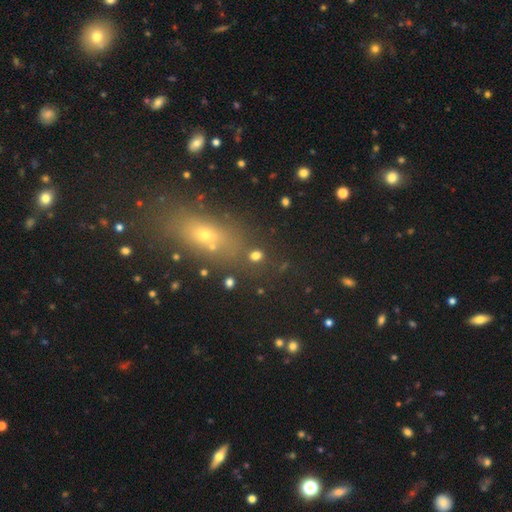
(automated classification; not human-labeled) Smooth or featured? Predicted: smooth (p=0.74). How rounded? Predicted: round (p=0.68). Merging? Predicted: none (p=0.76).